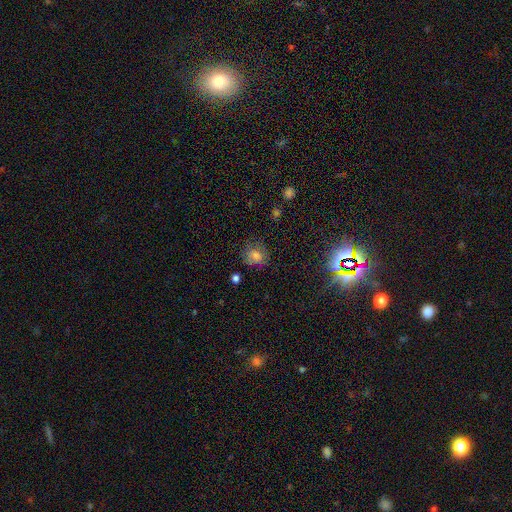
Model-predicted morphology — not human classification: Overall: smooth (72%). How rounded: round (72%). Merging: none (73%).